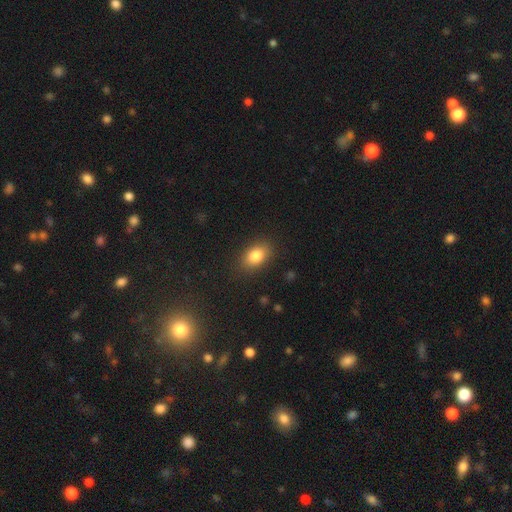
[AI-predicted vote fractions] smooth_or_featured: smooth (p=0.83) [alt: star or artifact p=0.09]
how_rounded: in between (p=0.82) [alt: round p=0.17]
merging: none (p=0.85) [alt: minor disturbance p=0.11]